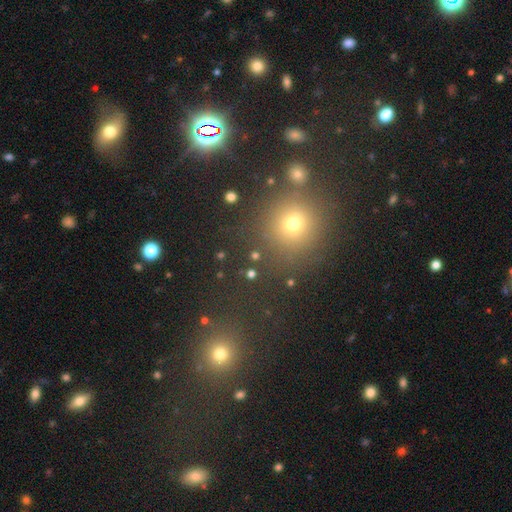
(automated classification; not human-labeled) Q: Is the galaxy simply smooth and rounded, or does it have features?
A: smooth — 54%.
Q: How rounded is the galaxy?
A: round — 91%.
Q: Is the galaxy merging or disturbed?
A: none — 82%.